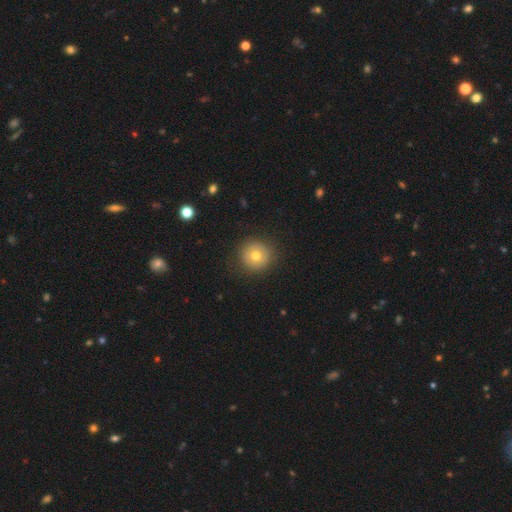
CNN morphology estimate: This is likely a smooth galaxy (71%). How rounded: clearly round (94%). Merging: clearly none (88%).